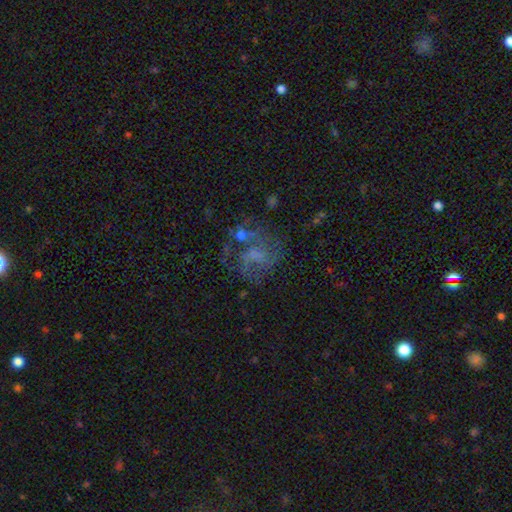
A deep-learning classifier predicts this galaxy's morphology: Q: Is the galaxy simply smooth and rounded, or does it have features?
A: featured or disk — 59%.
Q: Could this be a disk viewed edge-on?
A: no — 98%.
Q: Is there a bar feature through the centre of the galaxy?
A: no — 62%.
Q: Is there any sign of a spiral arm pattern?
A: yes — 66%.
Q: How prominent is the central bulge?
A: none — 42%.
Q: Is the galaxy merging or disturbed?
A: none — 50%.